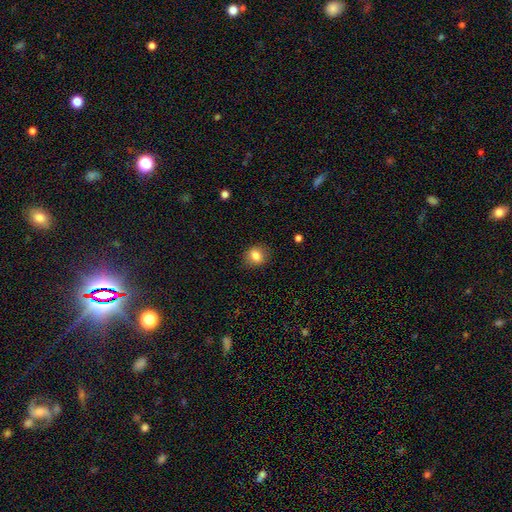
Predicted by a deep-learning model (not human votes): A smooth galaxy with no disk features (82%) that is round (69%).

Vote fractions:
- Smooth or featured? smooth: 82% / star or artifact: 10% / featured or disk: 8%
- How rounded? round: 69% / in between: 30% / cigar-shaped: 1%
- Merging? none: 87% / minor disturbance: 10% / major disturbance: 3% / merger: 1%